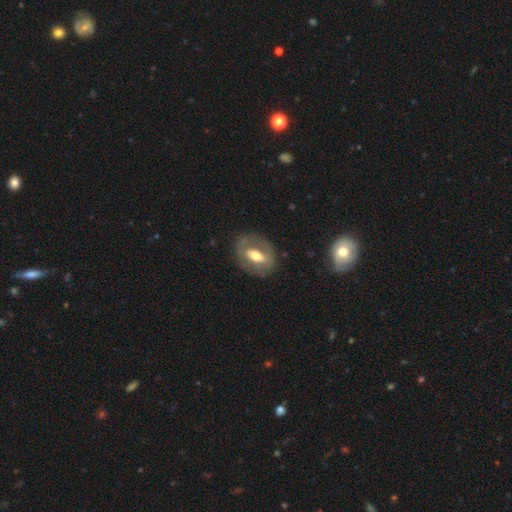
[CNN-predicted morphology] Smooth or featured: featured or disk — 56% (smooth — 38%)
Edge-on disk: no — 90% (yes — 10%)
Bar: no — 35% (strong — 34%)
Spiral arms: no — 76% (yes — 24%)
Bulge size: moderate — 68% (large — 17%)
Merging: none — 76% (minor disturbance — 15%)